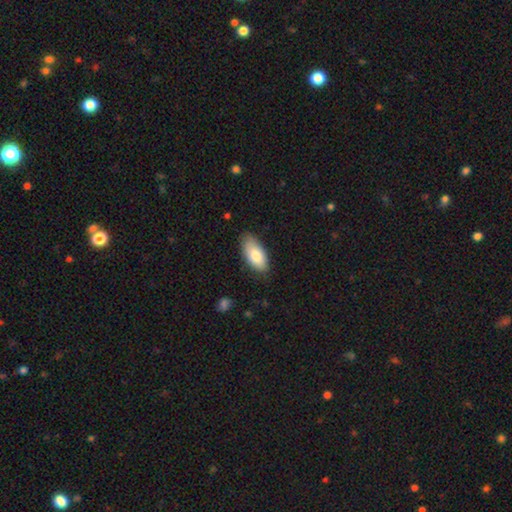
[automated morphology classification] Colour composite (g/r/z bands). It shows a smooth galaxy with no disk features (79%) that is in between round and cigar-shaped (92%). Merging: none (79%).